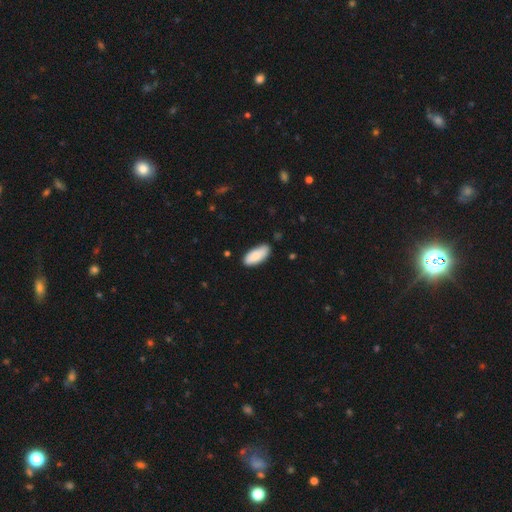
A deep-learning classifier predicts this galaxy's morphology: Smooth or featured?
  - smooth: 88% *
  - featured or disk: 7%
  - star or artifact: 6%
How rounded?
  - in between: 86% *
  - cigar-shaped: 12%
  - round: 2%
Merging?
  - none: 80% *
  - minor disturbance: 16%
  - major disturbance: 2%
  - merger: 2%